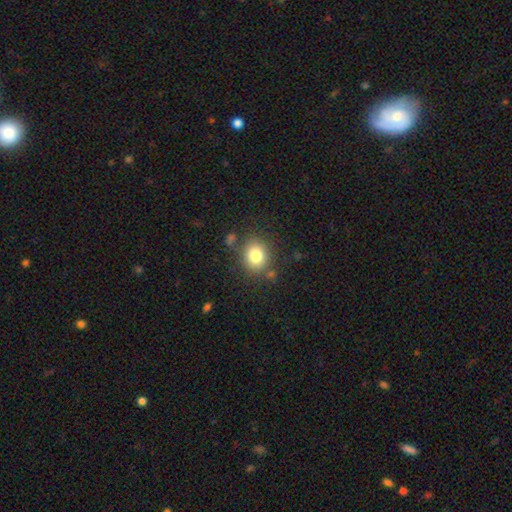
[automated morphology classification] This appears to be a smooth galaxy with no disk features (80%) that is round (69%). Merging: none (80%).